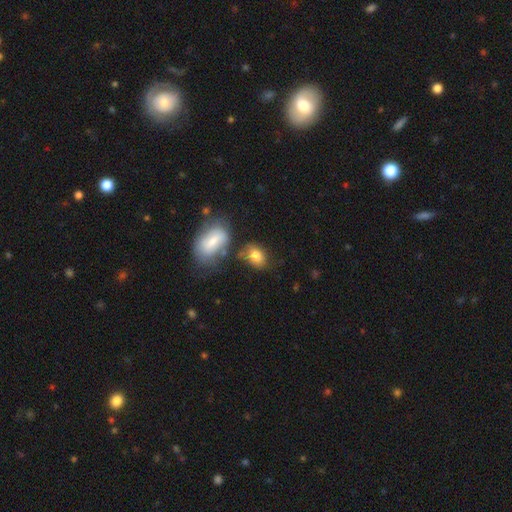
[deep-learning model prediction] Overall: smooth (80%). How rounded: in between (79%). Merging: none (53%; minor disturbance 21%).